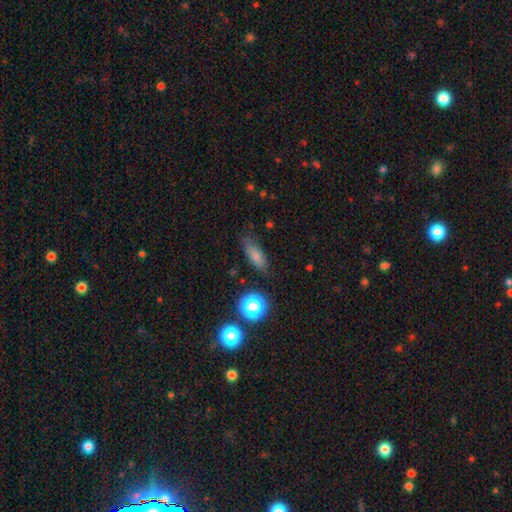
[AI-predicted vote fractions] Morphology: type=smooth (75%); roundness=in between (60%); merging=none (75%).